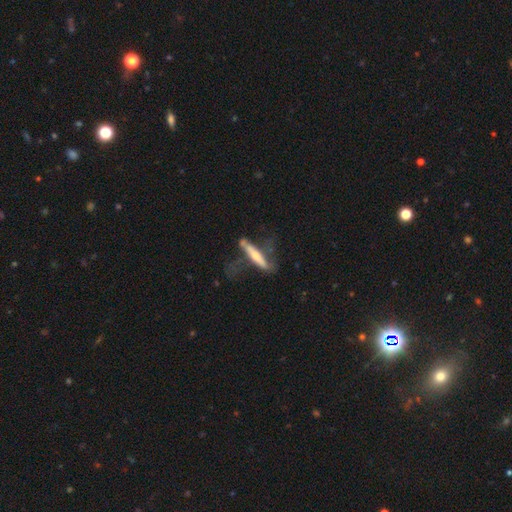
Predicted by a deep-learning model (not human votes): smooth-or-featured: featured or disk: 56% | smooth: 38% | star or artifact: 6%
  disk-edge-on: yes: 79% | no: 21%
  merging: none: 44% | minor disturbance: 25% | major disturbance: 23% | merger: 8%